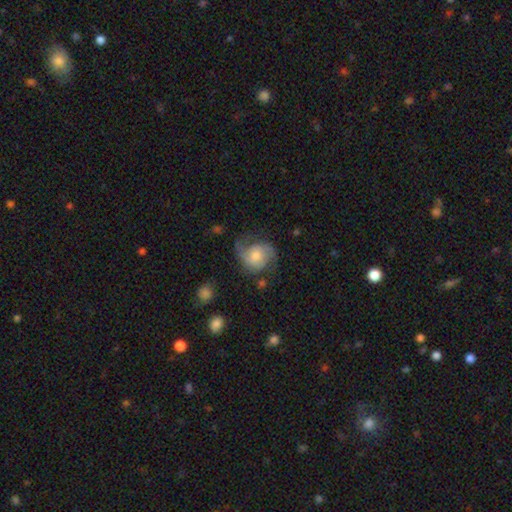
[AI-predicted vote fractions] featured or disk 67%, smooth 25%, star or artifact 8%. Down the decision tree: edge-on disk — no (97%); bar — no (67%); spiral arms — yes (92%); spiral arm count — 2 (74%); spiral winding — medium (46%); bulge size — moderate (56%); merging — none (60%).